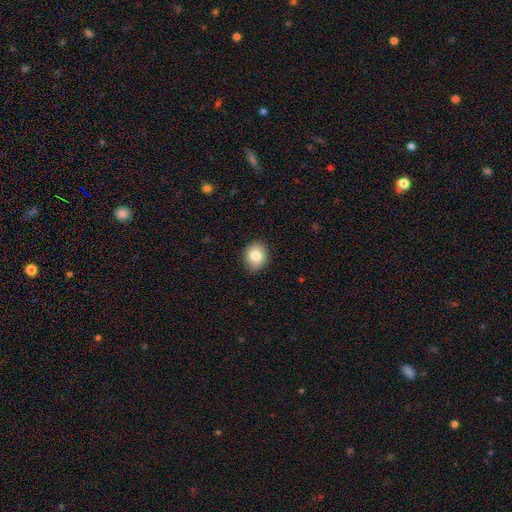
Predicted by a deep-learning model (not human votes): smooth 83%, featured or disk 8%, star or artifact 8%. Down the decision tree: how rounded — in between (50%); merging — none (88%).